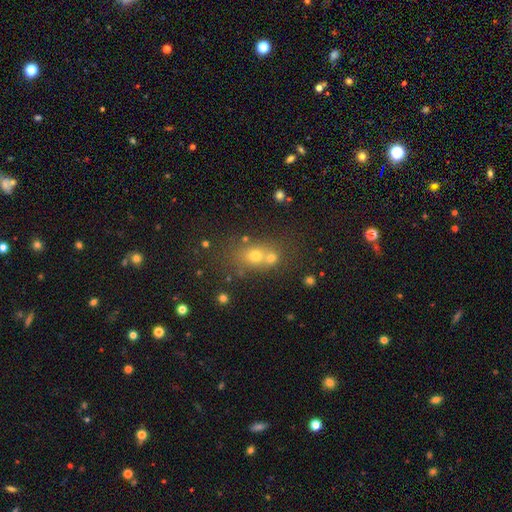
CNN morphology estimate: This appears to be a smooth galaxy with no disk features (61%) that is round (63%). Merging: merger (45%).